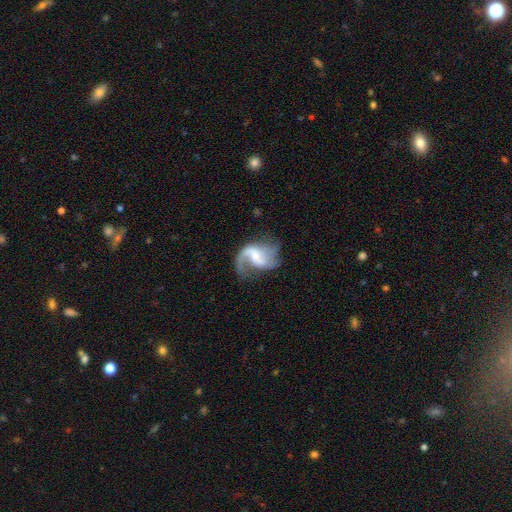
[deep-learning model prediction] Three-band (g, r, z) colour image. It shows a featured or disk galaxy (84%) with a weak bar (49%), 2 (59%) loose (61%) spiral arms (94%) and a small central bulge (52%). Merging: none (52%).